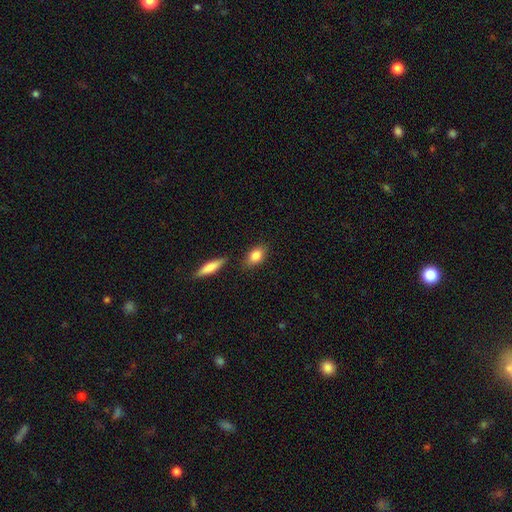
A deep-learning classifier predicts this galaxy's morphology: Smooth or featured: smooth — 83% (featured or disk — 10%)
How rounded: in between — 81% (round — 12%)
Merging: none — 80% (minor disturbance — 12%)